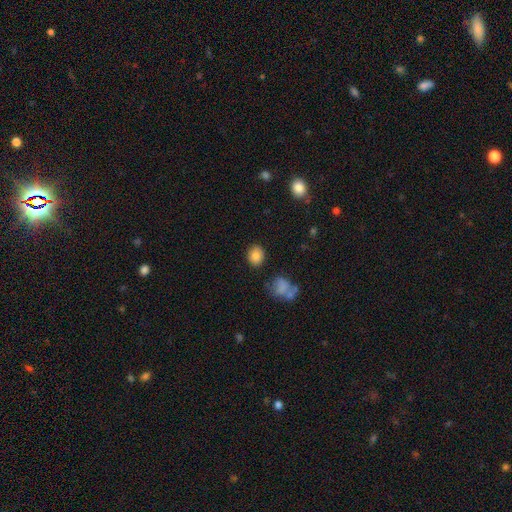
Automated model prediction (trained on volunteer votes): Smooth or featured? smooth (83%)
How rounded? round (59%)
Merging? none (85%)